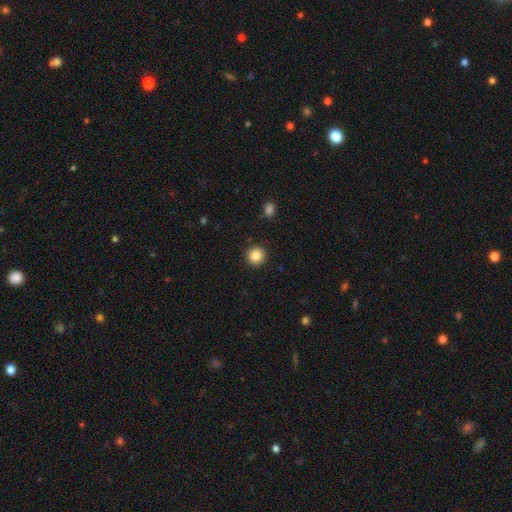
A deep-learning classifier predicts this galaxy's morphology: This appears to be a smooth galaxy with no disk features (85%) that is round (94%). Merging: none (92%).